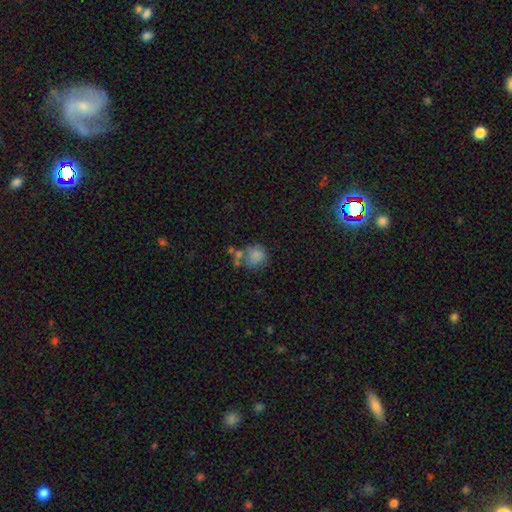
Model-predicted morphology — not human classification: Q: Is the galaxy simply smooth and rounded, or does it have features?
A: smooth — 77%.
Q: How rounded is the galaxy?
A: round — 79%.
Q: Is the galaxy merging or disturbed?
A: none — 48%.